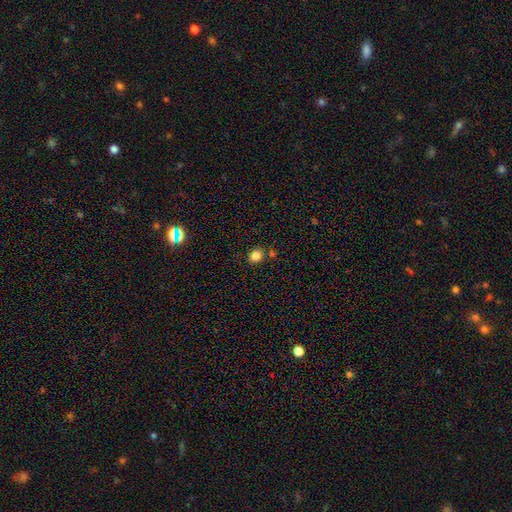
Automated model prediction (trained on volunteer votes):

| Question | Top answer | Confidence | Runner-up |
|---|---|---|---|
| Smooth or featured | smooth | 82% | star or artifact (13%) |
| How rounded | round | 69% | in between (30%) |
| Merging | none | 80% | minor disturbance (9%) |